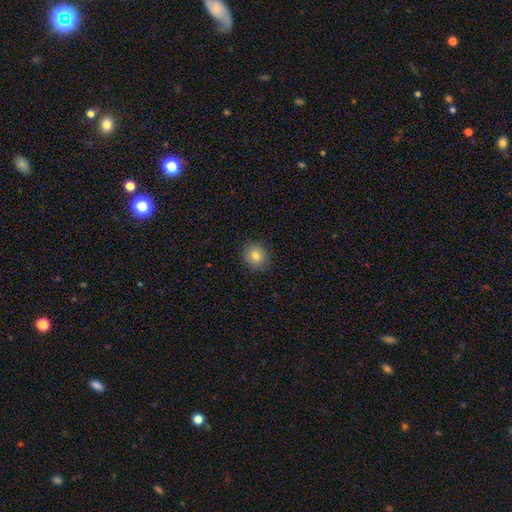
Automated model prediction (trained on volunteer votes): Smooth or featured: smooth — 80% (star or artifact — 10%)
How rounded: round — 83% (in between — 16%)
Merging: none — 89% (minor disturbance — 8%)